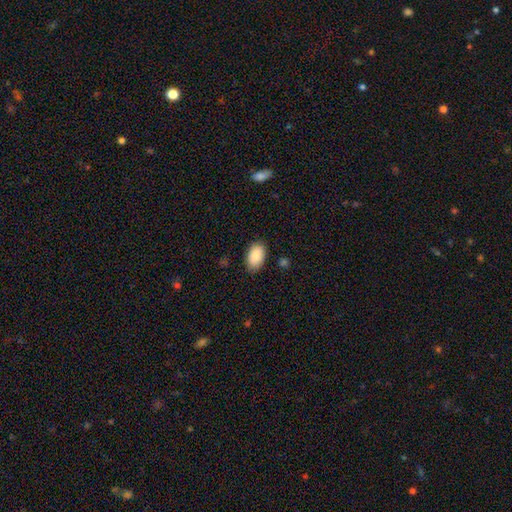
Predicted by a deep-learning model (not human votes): smooth 88%, star or artifact 6%, featured or disk 5%. Down the decision tree: how rounded — in between (93%); merging — none (83%).